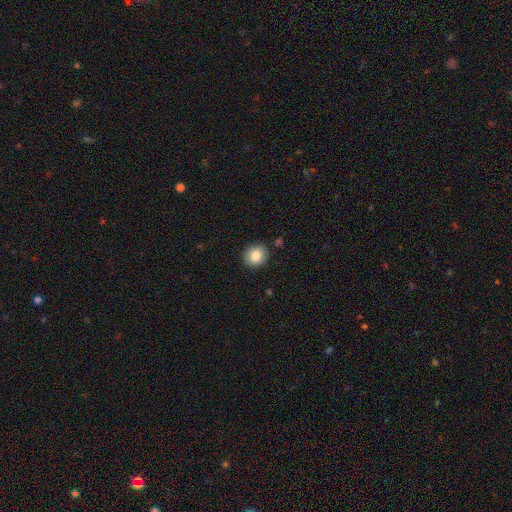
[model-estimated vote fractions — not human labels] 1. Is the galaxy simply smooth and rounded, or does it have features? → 84% smooth, 9% star or artifact, 7% featured or disk.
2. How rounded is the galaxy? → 83% round, 16% in between, 1% cigar-shaped.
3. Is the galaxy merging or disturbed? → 90% none, 7% minor disturbance, 2% major disturbance, 2% merger.